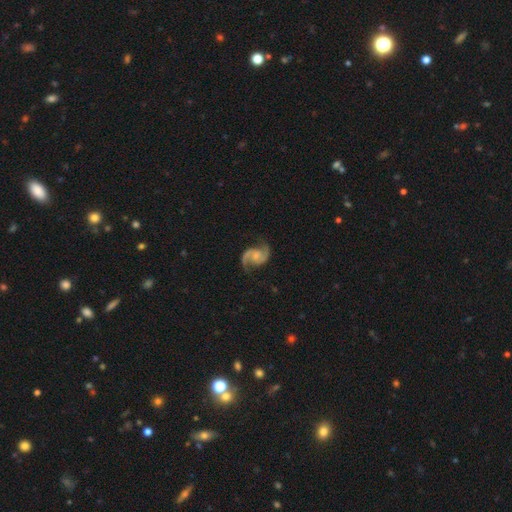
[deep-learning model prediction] Morphology: type=featured or disk (91%); edge-on=no (98%); bar=no (61%); spiral arms=yes (98%); winding=medium (54%); arm count=2 (94%); bulge=small (49%); merging=none (79%).